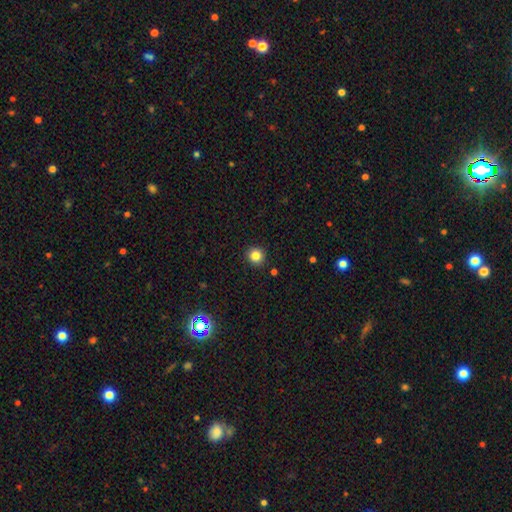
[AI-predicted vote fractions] Smooth or featured?
  - smooth: 83% *
  - star or artifact: 12%
  - featured or disk: 5%
How rounded?
  - round: 94% *
  - in between: 5%
  - cigar-shaped: 1%
Merging?
  - none: 92% *
  - minor disturbance: 5%
  - major disturbance: 2%
  - merger: 1%